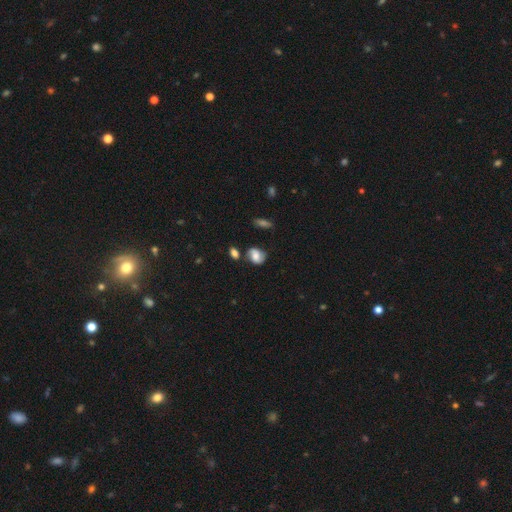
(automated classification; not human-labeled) Smooth or featured?
  - smooth: 53% *
  - featured or disk: 38%
  - star or artifact: 10%
How rounded?
  - in between: 54% *
  - round: 44%
  - cigar-shaped: 2%
Merging?
  - none: 61% *
  - minor disturbance: 22%
  - merger: 11%
  - major disturbance: 7%